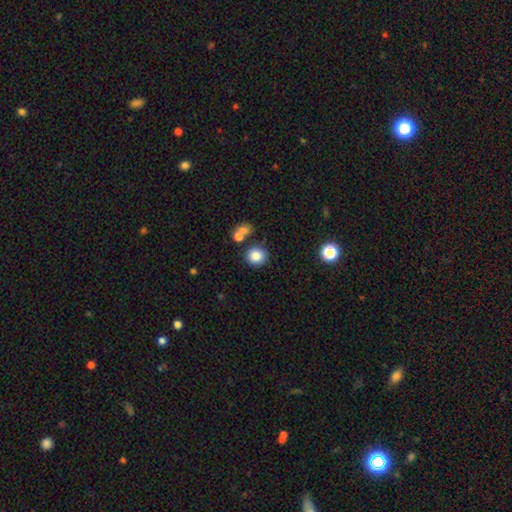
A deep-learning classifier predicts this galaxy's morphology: The model was most divided on "merging": none: 79%, merger: 10%, minor disturbance: 9%, major disturbance: 3%. More confident: how rounded — round (89%); smooth or featured — smooth (82%).